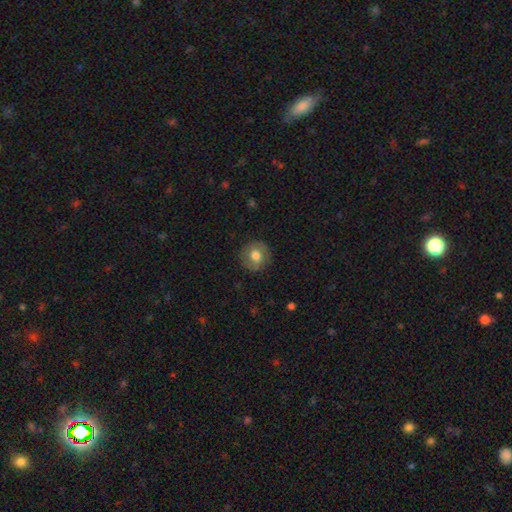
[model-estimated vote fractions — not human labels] smooth-or-featured: smooth: 73% | featured or disk: 19% | star or artifact: 8%
  how-rounded: round: 89% | in between: 10% | cigar-shaped: 1%
  merging: none: 86% | minor disturbance: 10% | major disturbance: 3% | merger: 1%